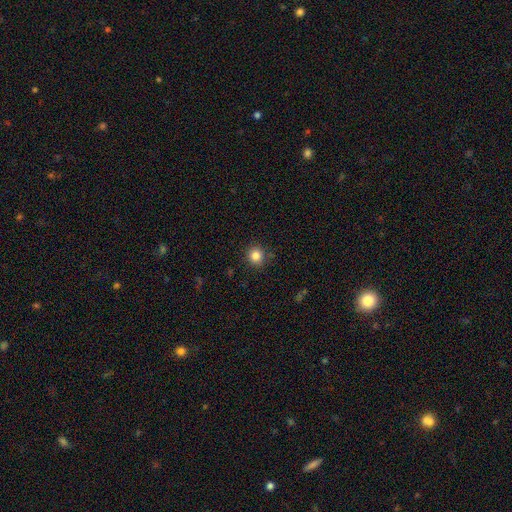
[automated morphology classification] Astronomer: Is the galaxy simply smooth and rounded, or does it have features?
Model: smooth — 84%.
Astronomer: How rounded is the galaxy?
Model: round — 93%.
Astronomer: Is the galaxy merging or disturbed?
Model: none — 88%.